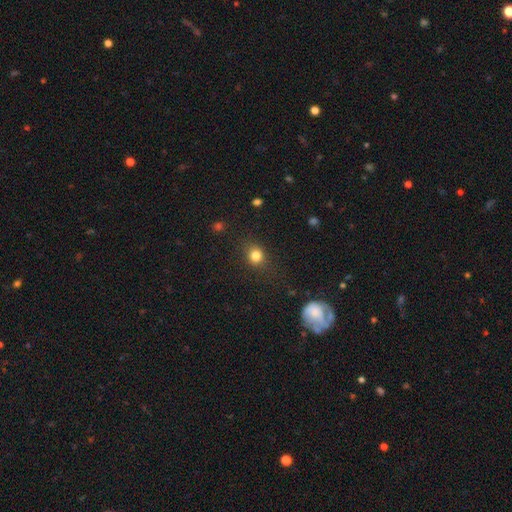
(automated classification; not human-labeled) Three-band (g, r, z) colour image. It shows a smooth galaxy with no disk features (81%) that is round (74%). Merging: none (83%).